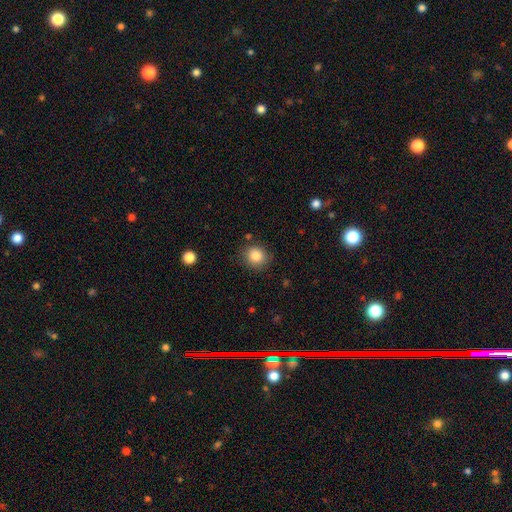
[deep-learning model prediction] A smooth galaxy with no disk features (86%) that is round (82%). Merging: none (84%).